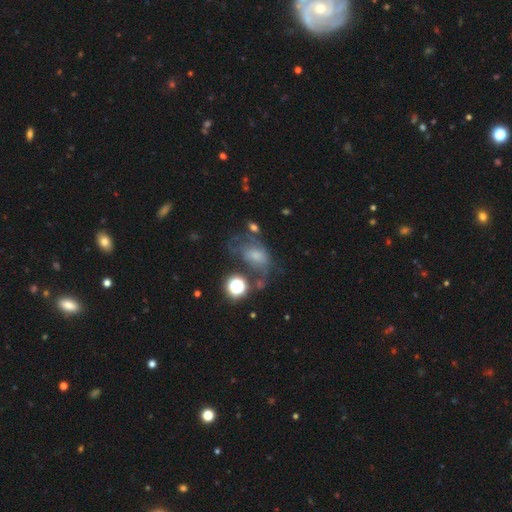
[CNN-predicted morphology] smooth-or-featured: featured or disk: 42% | smooth: 41% | star or artifact: 16%
  merging: major disturbance: 36% | none: 31% | minor disturbance: 23% | merger: 10%